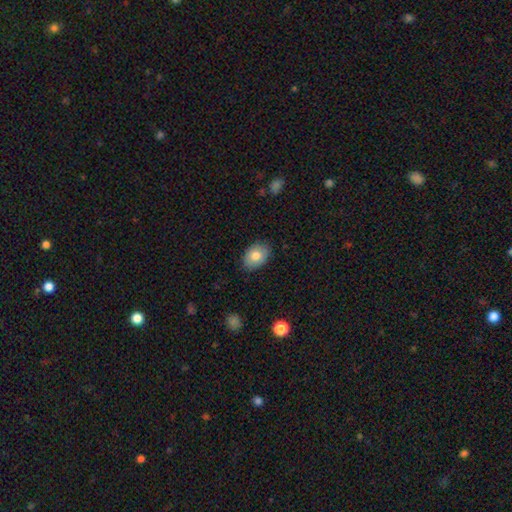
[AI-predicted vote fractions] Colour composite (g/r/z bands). It shows a smooth galaxy with no disk features (79%) that is in between round and cigar-shaped (79%). Merging: none (85%).